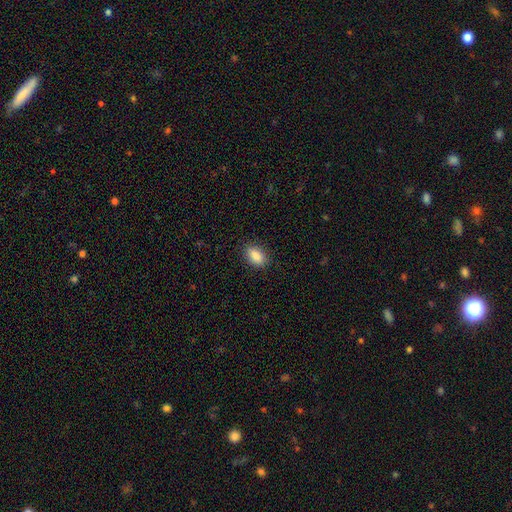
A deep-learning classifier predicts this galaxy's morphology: Smooth or featured? smooth (87%)
How rounded? in between (88%)
Merging? none (87%)